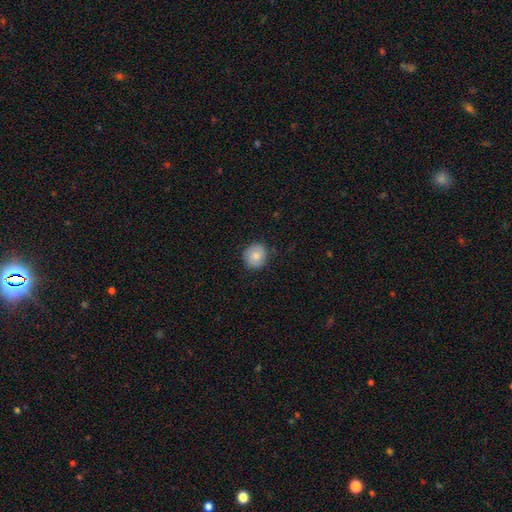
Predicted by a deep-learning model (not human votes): Q: Smooth or featured?
A: smooth (81%); runner-up: featured or disk (11%)
Q: How rounded?
A: round (83%); runner-up: in between (16%)
Q: Merging?
A: none (84%); runner-up: minor disturbance (12%)